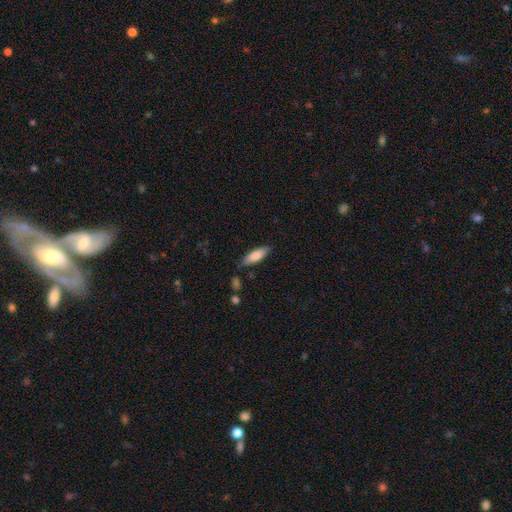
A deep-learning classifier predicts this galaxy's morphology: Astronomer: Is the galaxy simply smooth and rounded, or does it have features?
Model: smooth — 79%.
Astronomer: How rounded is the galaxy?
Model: in between — 50% (runner-up: cigar-shaped, 48%).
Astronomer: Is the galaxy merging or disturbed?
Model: none — 80%.